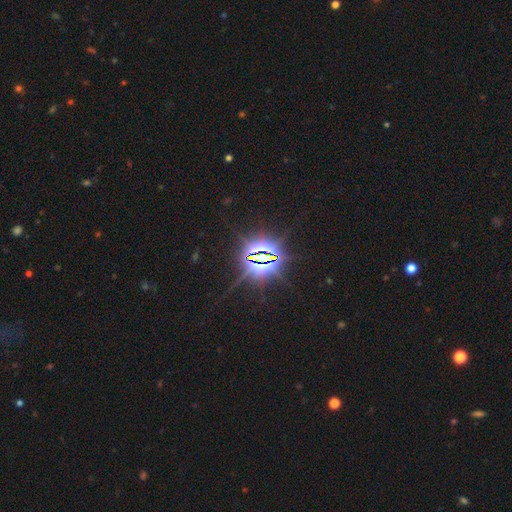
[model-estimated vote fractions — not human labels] Morphology: type=star or artifact (86%).